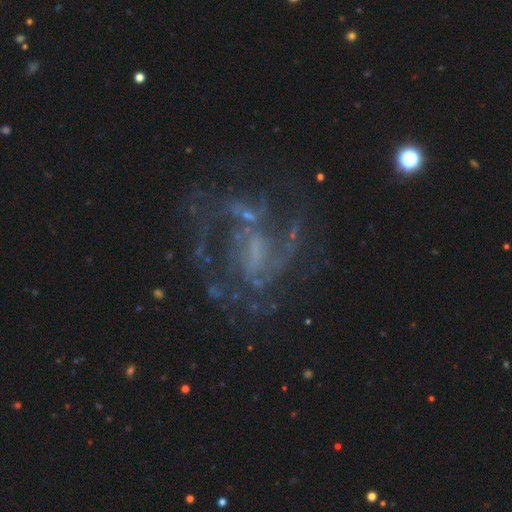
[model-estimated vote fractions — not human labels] Smooth or featured? featured or disk (80%)
Edge-on disk? no (98%)
Bar? weak (46%)
Spiral arms? yes (86%)
Spiral winding? medium (46%)
Spiral arm count? 2 (31%)
Bulge size? none (38%)
Merging? none (50%)